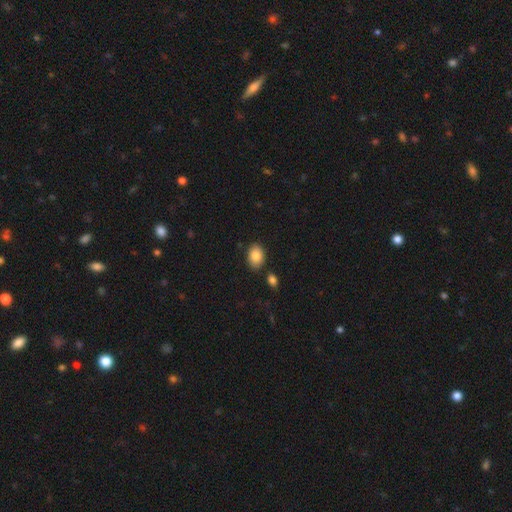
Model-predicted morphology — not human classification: Smooth or featured? Predicted: smooth (p=0.85). How rounded? Predicted: in between (p=0.81). Merging? Predicted: none (p=0.83).